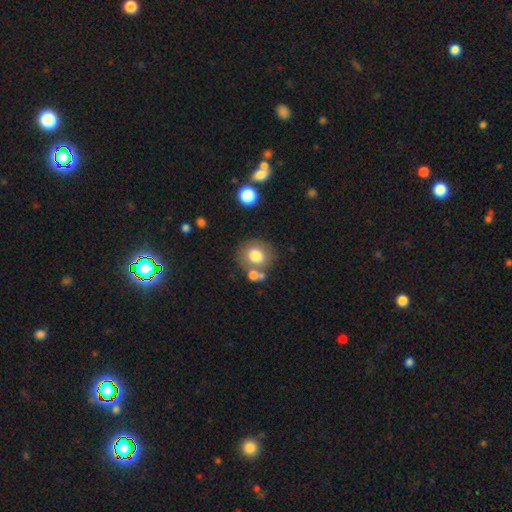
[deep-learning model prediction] A smooth galaxy with no disk features (76%) that is round (78%). Merging: none (67%).